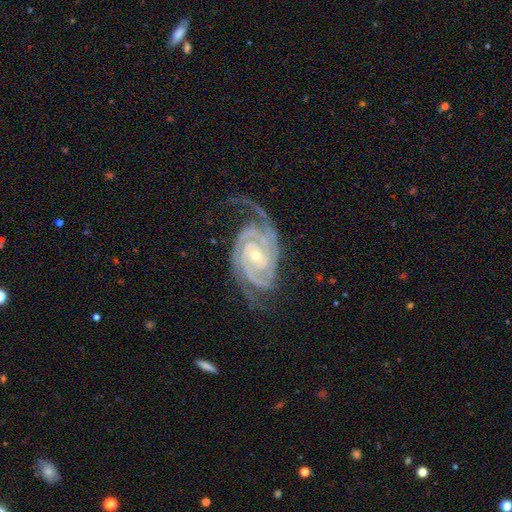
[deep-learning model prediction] This appears to be a featured or disk galaxy (94%) with no bar (48%), 2 (40%) tight (71%) spiral arms (99%) and a small central bulge (60%). Merging: none (65%).